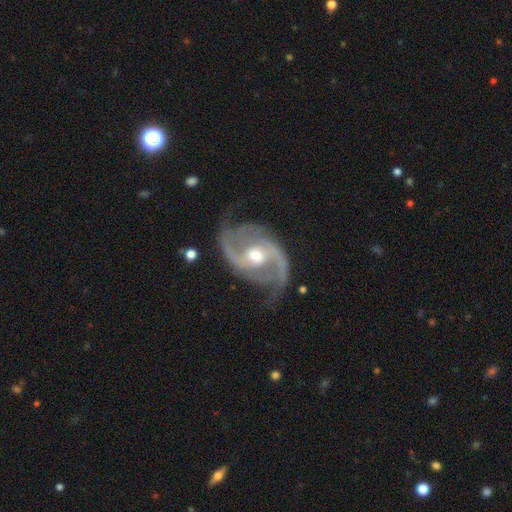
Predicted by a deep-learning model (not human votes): A featured or disk galaxy (93%) with a weak bar (45%), 2 (89%) medium (57%) spiral arms (98%) and a moderate central bulge (75%).

Vote fractions:
- Smooth or featured? featured or disk: 93% / star or artifact: 4% / smooth: 3%
- Edge-on disk? no: 98% / yes: 2%
- Bar? weak: 45% / no: 37% / strong: 18%
- Spiral arms? yes: 98% / no: 2%
- Spiral winding? medium: 57% / loose: 27% / tight: 16%
- Spiral arm count? 2: 89% / 3: 5% / can't tell: 2% / 1: 2% / 4: 2% / more than 4: 1%
- Bulge size? moderate: 75% / small: 16% / large: 7% / none: 1% / dominant: 1%
- Merging? none: 71% / minor disturbance: 19% / major disturbance: 8% / merger: 2%